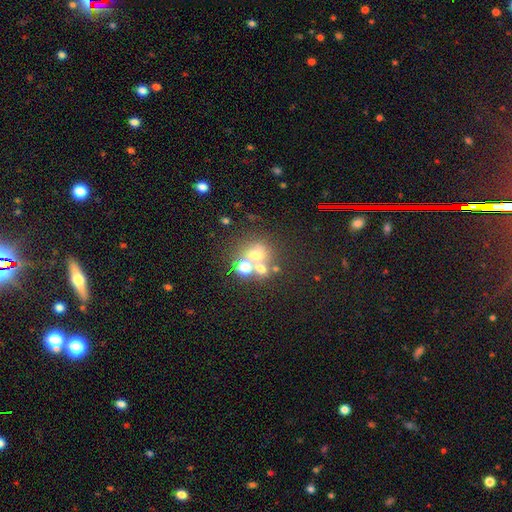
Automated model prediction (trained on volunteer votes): Smooth or featured? smooth (57%)
How rounded? round (77%)
Merging? merger (44%)